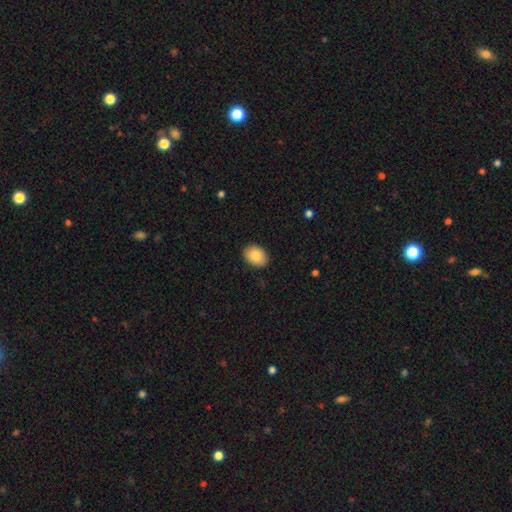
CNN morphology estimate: The model was most divided on "how rounded": in between: 75%, round: 24%, cigar-shaped: 1%. More confident: merging — none (90%); smooth or featured — smooth (86%).